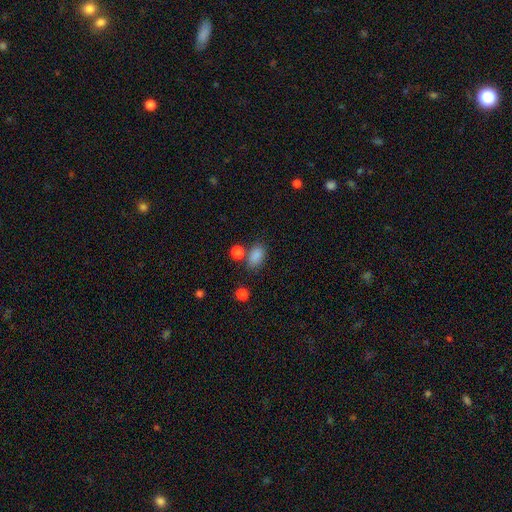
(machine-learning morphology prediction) smooth_or_featured: smooth (p=0.85) [alt: star or artifact p=0.11]
how_rounded: in between (p=0.85) [alt: round p=0.13]
merging: none (p=0.70) [alt: minor disturbance p=0.14]